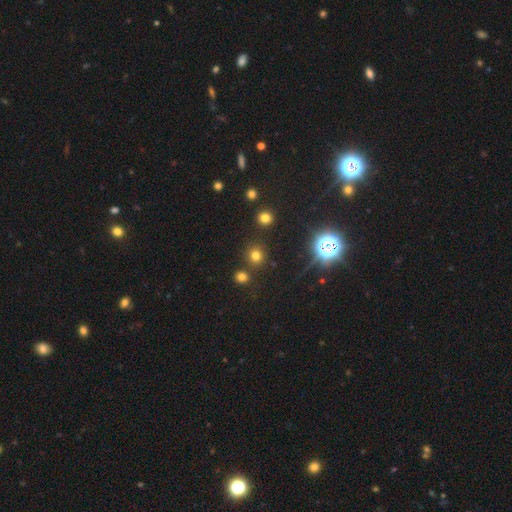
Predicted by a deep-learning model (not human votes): A smooth galaxy with no disk features (71%) that is round (87%). Merging: none (82%).